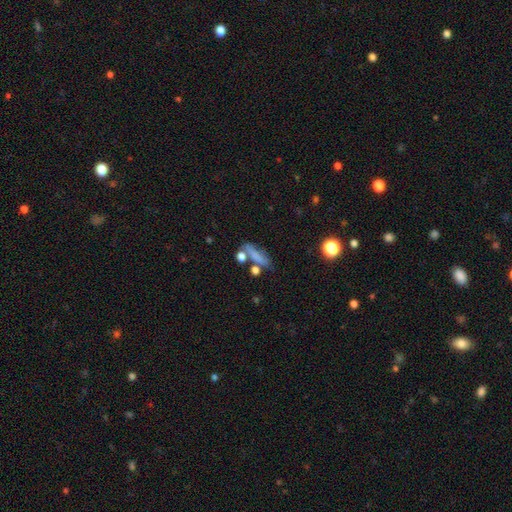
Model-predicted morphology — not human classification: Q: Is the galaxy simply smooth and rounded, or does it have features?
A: smooth — 67%.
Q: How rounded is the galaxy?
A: cigar-shaped — 55%.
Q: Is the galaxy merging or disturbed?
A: none — 49%.